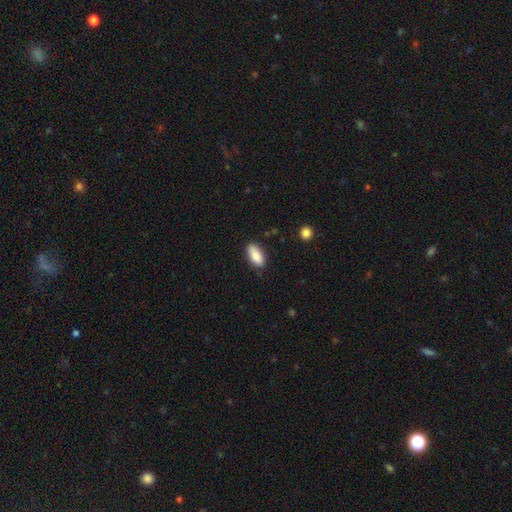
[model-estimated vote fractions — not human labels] This is clearly a smooth galaxy (87%). How rounded: clearly in between (89%). Merging: clearly none (80%).